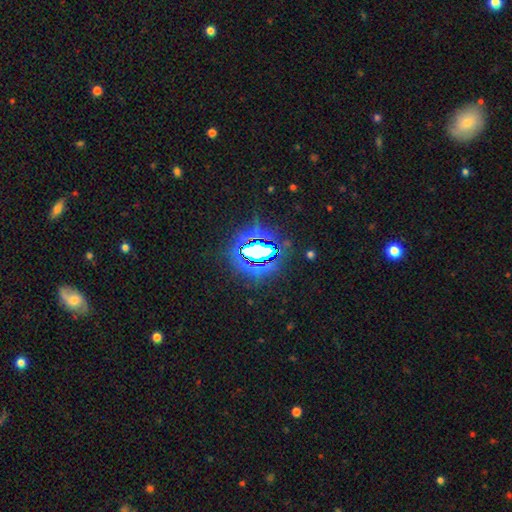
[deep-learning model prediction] The model was most divided on "smooth or featured": star or artifact: 74%, smooth: 15%, featured or disk: 11%.